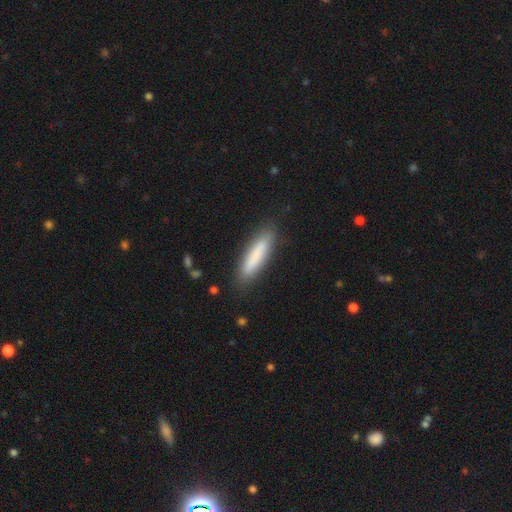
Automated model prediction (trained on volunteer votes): smooth 81%, featured or disk 13%, star or artifact 6%. Down the decision tree: how rounded — cigar-shaped (78%); merging — none (85%).